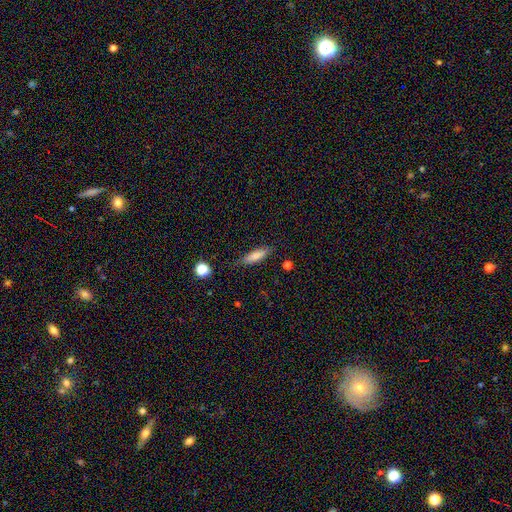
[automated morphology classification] Smooth or featured? smooth (80%)
How rounded? cigar-shaped (60%)
Merging? none (79%)